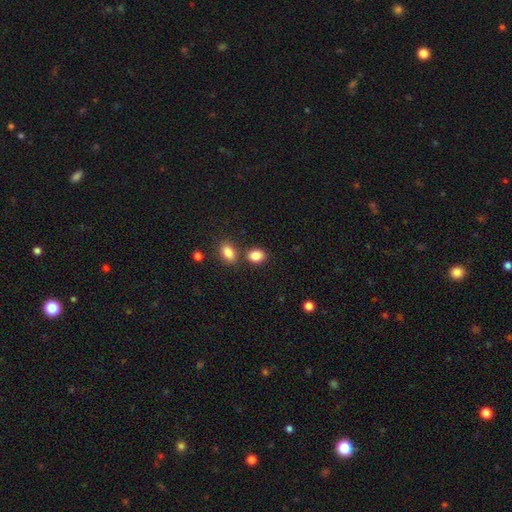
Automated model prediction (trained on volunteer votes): Smooth or featured?
  - smooth: 87% *
  - star or artifact: 9%
  - featured or disk: 5%
How rounded?
  - in between: 66% *
  - round: 33%
  - cigar-shaped: 1%
Merging?
  - none: 69% *
  - merger: 17%
  - minor disturbance: 11%
  - major disturbance: 3%